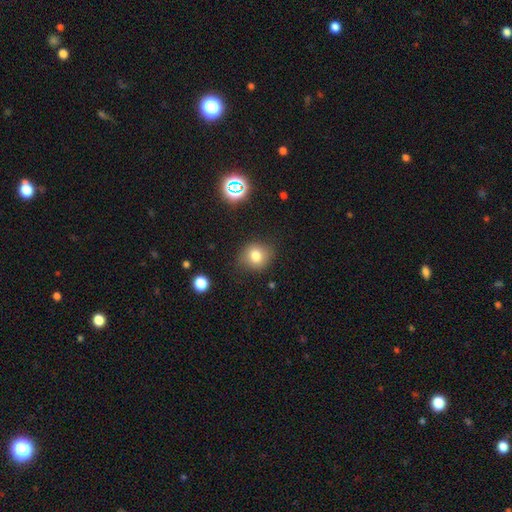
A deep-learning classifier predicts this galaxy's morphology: A smooth galaxy with no disk features (78%) that is round (75%).

Vote fractions:
- Smooth or featured? smooth: 78% / star or artifact: 13% / featured or disk: 9%
- How rounded? round: 75% / in between: 24% / cigar-shaped: 1%
- Merging? none: 80% / minor disturbance: 14% / major disturbance: 4% / merger: 2%